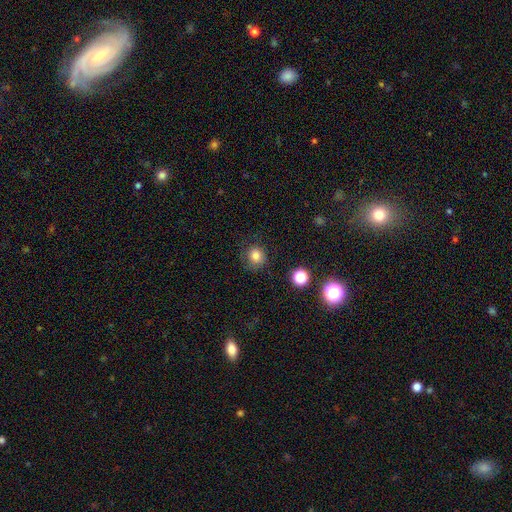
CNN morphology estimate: The model was most divided on "merging": none: 80%, minor disturbance: 14%, major disturbance: 5%, merger: 2%. More confident: how rounded — round (86%); smooth or featured — smooth (81%).